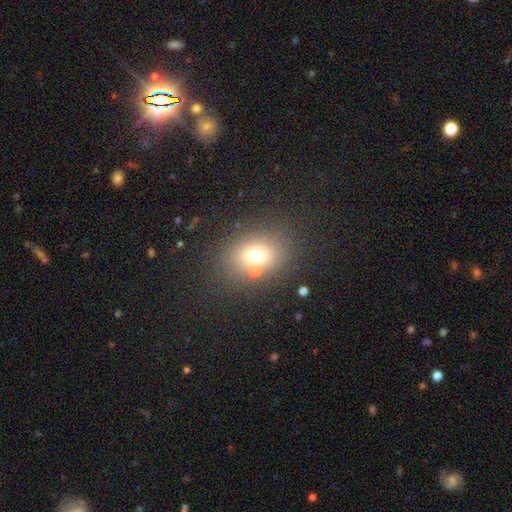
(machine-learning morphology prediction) The model was most divided on "how rounded": in between: 51%, round: 48%, cigar-shaped: 1%. More confident: smooth or featured — smooth (67%); merging — none (67%).